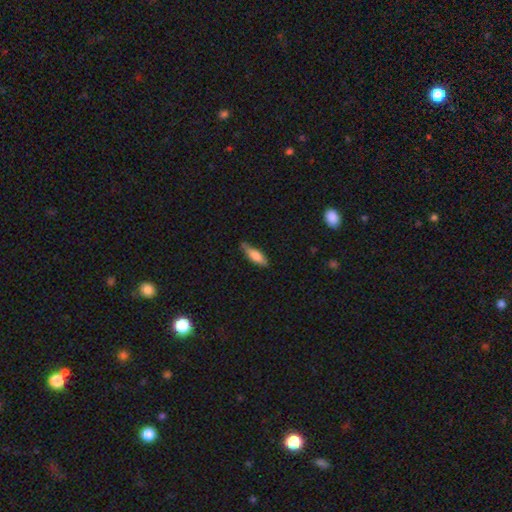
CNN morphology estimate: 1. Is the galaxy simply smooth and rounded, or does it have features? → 68% smooth, 26% featured or disk, 6% star or artifact.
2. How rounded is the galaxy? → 55% cigar-shaped, 43% in between, 2% round.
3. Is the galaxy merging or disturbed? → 67% none, 26% minor disturbance, 5% major disturbance, 3% merger.